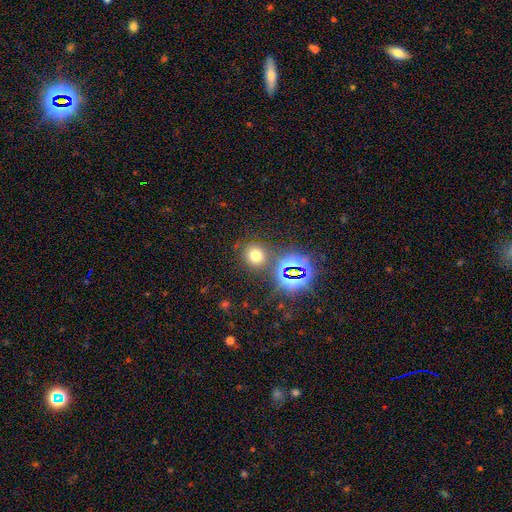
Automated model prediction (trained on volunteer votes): Smooth or featured? smooth (63%)
How rounded? round (85%)
Merging? none (78%)